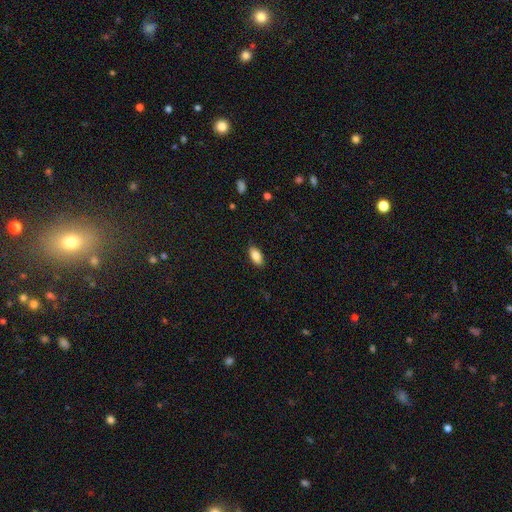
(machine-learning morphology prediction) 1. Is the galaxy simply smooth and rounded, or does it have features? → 85% smooth, 8% featured or disk, 7% star or artifact.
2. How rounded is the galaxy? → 91% in between, 6% cigar-shaped, 3% round.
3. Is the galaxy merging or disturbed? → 87% none, 10% minor disturbance, 2% major disturbance, 1% merger.